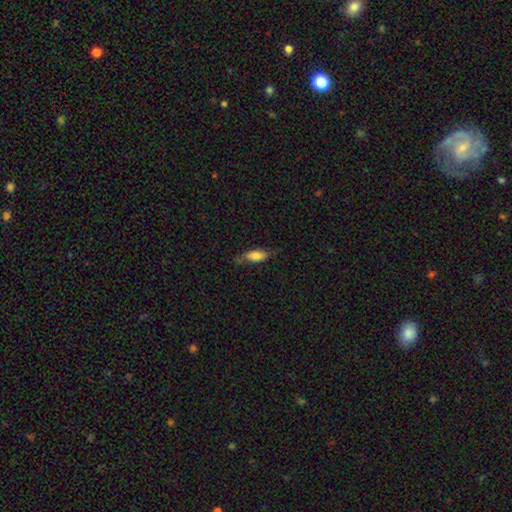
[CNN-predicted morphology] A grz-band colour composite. It shows a smooth galaxy with no disk features (73%) that is in between round and cigar-shaped (75%). Merging: none (61%).